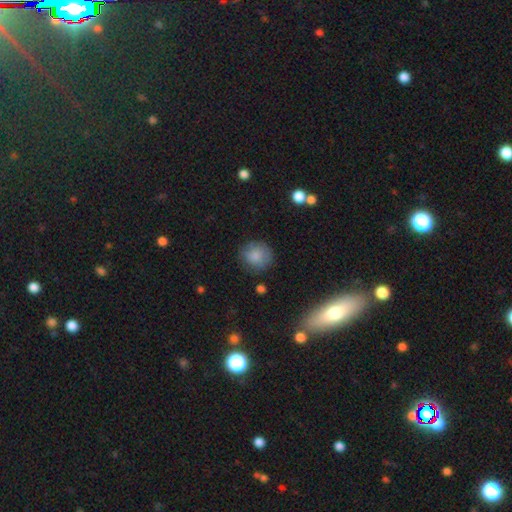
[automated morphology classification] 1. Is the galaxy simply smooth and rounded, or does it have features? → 82% smooth, 9% star or artifact, 9% featured or disk.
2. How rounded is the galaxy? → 86% round, 13% in between, 1% cigar-shaped.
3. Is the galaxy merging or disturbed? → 75% none, 18% minor disturbance, 5% major disturbance, 2% merger.